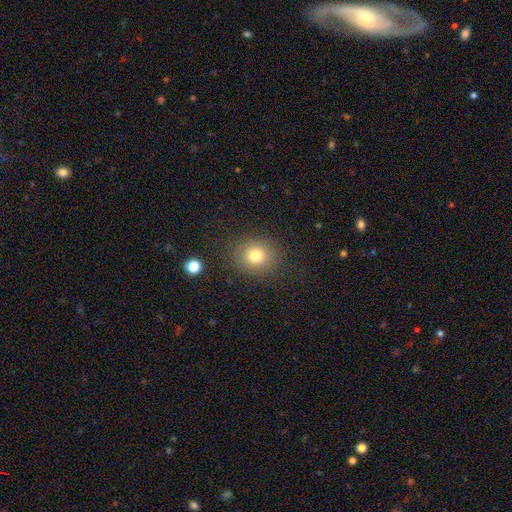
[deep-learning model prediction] A smooth galaxy with no disk features (77%) that is round (75%). Merging: none (85%).